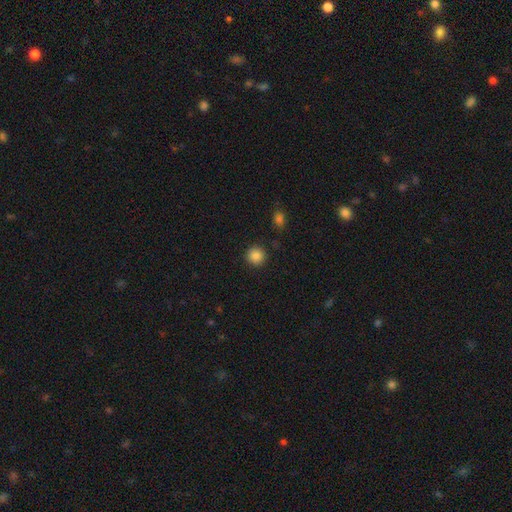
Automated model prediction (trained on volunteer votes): Morphology: type=smooth (86%); roundness=round (94%); merging=none (90%).